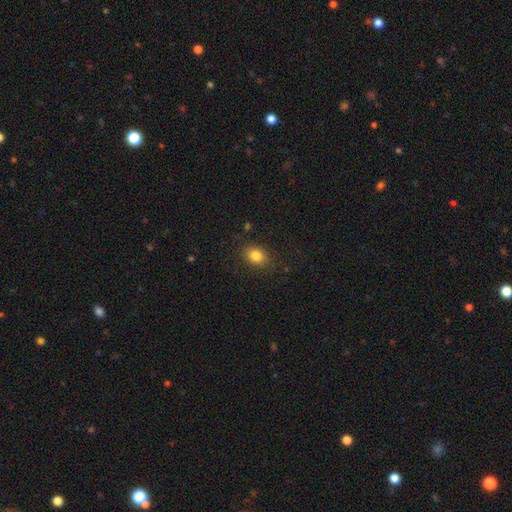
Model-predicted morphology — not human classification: type=smooth (83%); roundness=in between (64%); merging=none (84%).